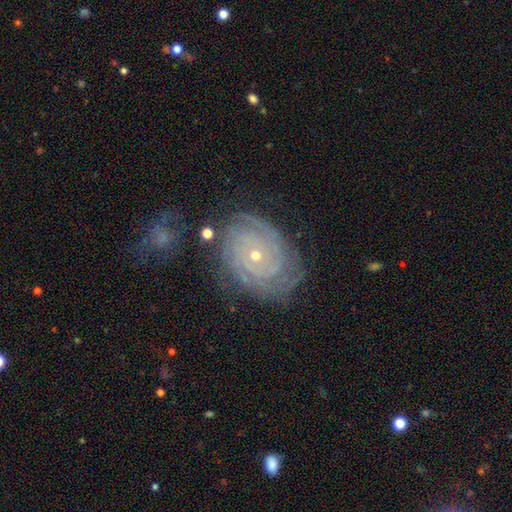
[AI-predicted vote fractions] Smooth or featured?
  - featured or disk: 86% *
  - smooth: 7%
  - star or artifact: 7%
Edge-on disk?
  - no: 97% *
  - yes: 3%
Bar?
  - no: 82% *
  - weak: 13%
  - strong: 5%
Spiral arms?
  - yes: 96% *
  - no: 4%
Spiral winding?
  - tight: 85% *
  - medium: 13%
  - loose: 3%
Spiral arm count?
  - can't tell: 30% *
  - 3: 20%
  - 2: 17%
  - 4: 17%
  - more than 4: 9%
  - 1: 6%
Bulge size?
  - small: 70% *
  - moderate: 27%
  - large: 1%
  - none: 1%
  - dominant: 1%
Merging?
  - none: 75% *
  - minor disturbance: 16%
  - major disturbance: 6%
  - merger: 2%